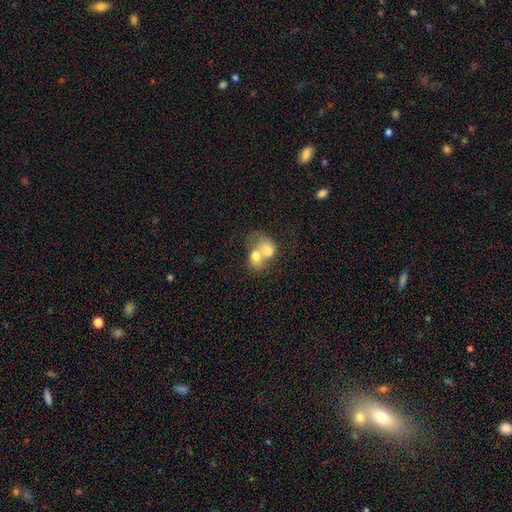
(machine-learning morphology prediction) This appears to be a smooth galaxy with no disk features (63%) that is in between round and cigar-shaped (55%). Merging: merger (76%).